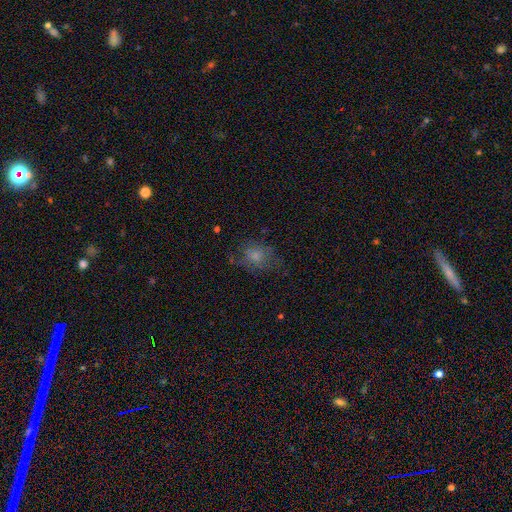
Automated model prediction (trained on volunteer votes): smooth 67%, featured or disk 22%, star or artifact 11%. Down the decision tree: how rounded — in between (56%); merging — none (52%).